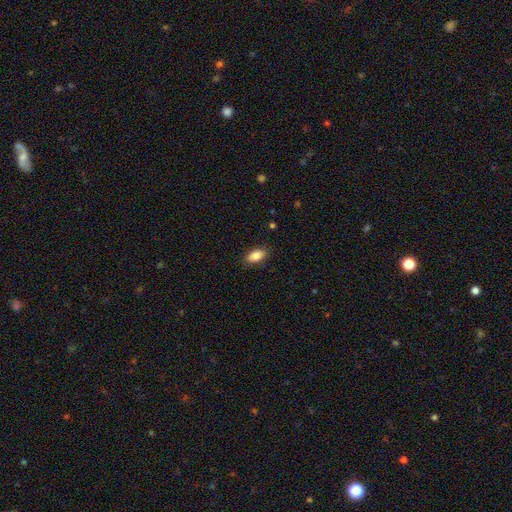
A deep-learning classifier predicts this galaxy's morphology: Overall: smooth (86%). How rounded: in between (90%). Merging: none (86%).